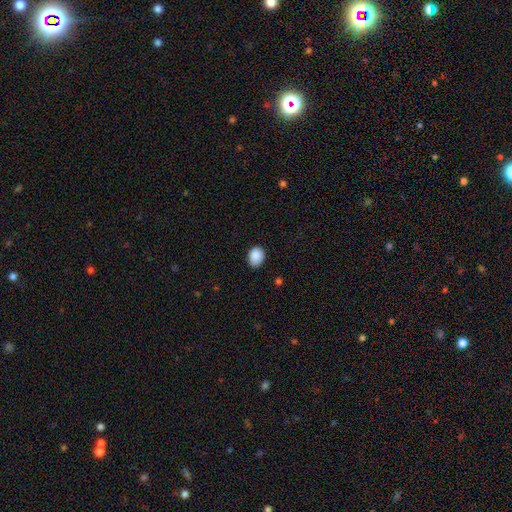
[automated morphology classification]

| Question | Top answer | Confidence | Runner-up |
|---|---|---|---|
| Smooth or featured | smooth | 89% | star or artifact (8%) |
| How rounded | in between | 60% | round (39%) |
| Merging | none | 81% | minor disturbance (15%) |